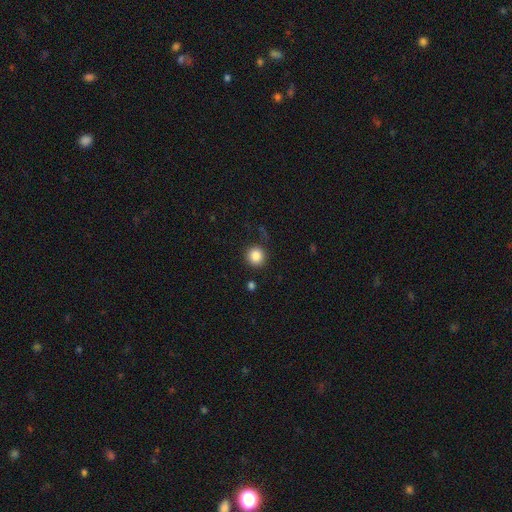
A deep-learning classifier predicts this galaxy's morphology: A smooth galaxy with no disk features (86%) that is round (91%).

Vote fractions:
- Smooth or featured? smooth: 86% / star or artifact: 10% / featured or disk: 4%
- How rounded? round: 91% / in between: 8% / cigar-shaped: 1%
- Merging? none: 84% / minor disturbance: 10% / major disturbance: 4% / merger: 2%